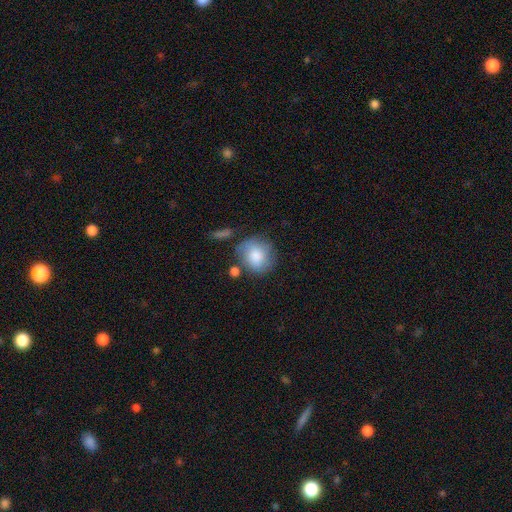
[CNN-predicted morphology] A smooth galaxy with no disk features (77%) that is round (79%).

Vote fractions:
- Smooth or featured? smooth: 77% / featured or disk: 16% / star or artifact: 7%
- How rounded? round: 79% / in between: 20% / cigar-shaped: 1%
- Merging? none: 62% / minor disturbance: 21% / merger: 9% / major disturbance: 8%